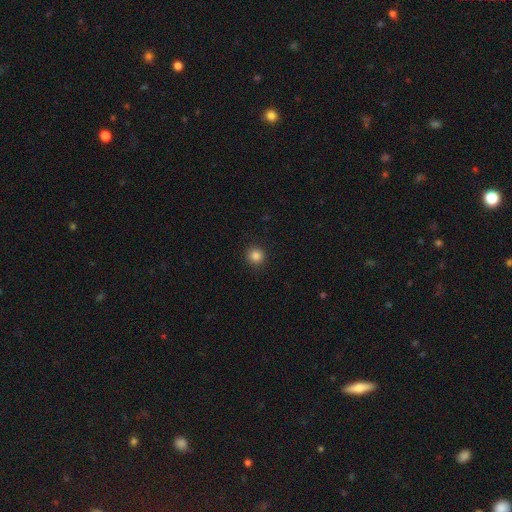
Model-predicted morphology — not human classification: smooth_or_featured: smooth (p=0.85) [alt: star or artifact p=0.11]
how_rounded: round (p=0.94) [alt: in between p=0.05]
merging: none (p=0.92) [alt: minor disturbance p=0.05]